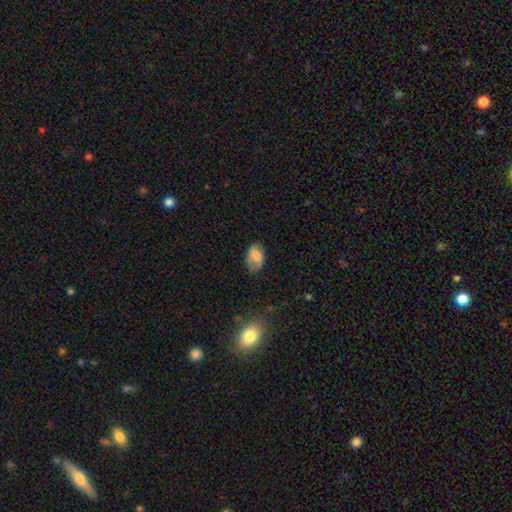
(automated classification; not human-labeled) smooth-or-featured: smooth: 75% | featured or disk: 17% | star or artifact: 8%
  how-rounded: in between: 93% | round: 6% | cigar-shaped: 2%
  merging: none: 68% | minor disturbance: 24% | major disturbance: 7% | merger: 2%